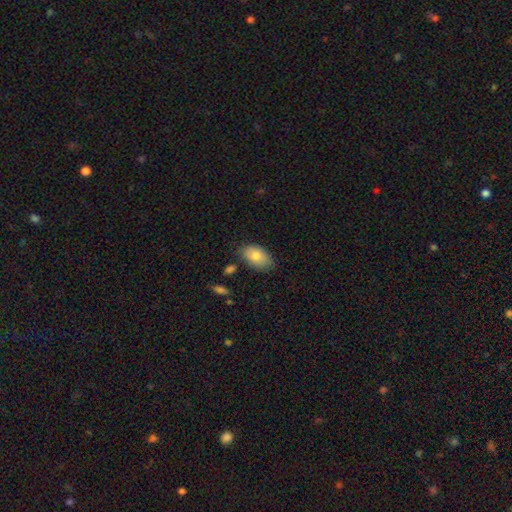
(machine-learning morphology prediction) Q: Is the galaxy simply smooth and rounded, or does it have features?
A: smooth — 81%.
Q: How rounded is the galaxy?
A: in between — 92%.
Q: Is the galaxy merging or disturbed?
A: none — 75%.